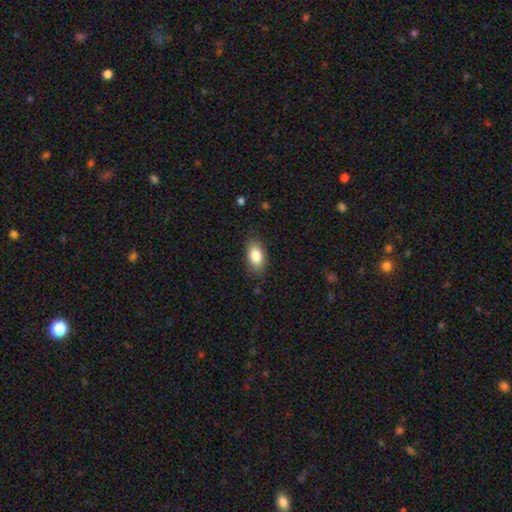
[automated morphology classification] This is clearly a smooth galaxy (85%). How rounded: clearly in between (90%). Merging: clearly none (81%).